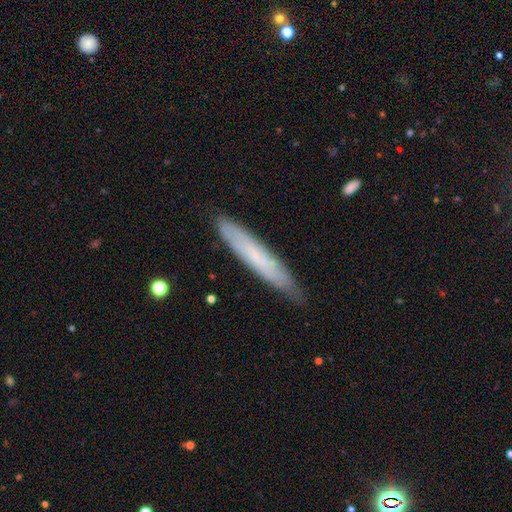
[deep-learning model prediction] Smooth or featured? smooth (55%)
How rounded? cigar-shaped (91%)
Merging? none (80%)